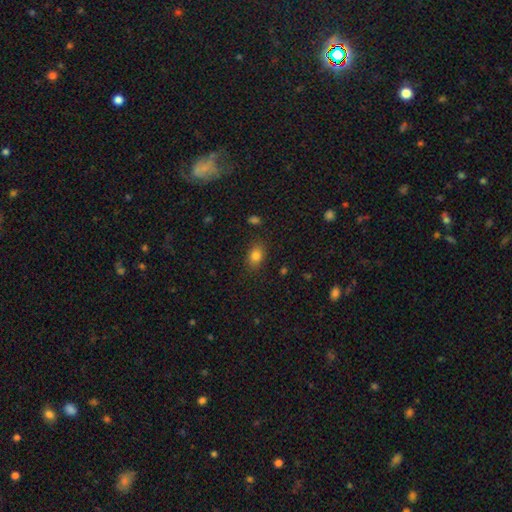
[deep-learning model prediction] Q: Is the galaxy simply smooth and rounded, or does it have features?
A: smooth — 83%.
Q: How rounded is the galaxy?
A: in between — 75%.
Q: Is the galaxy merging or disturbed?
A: none — 83%.